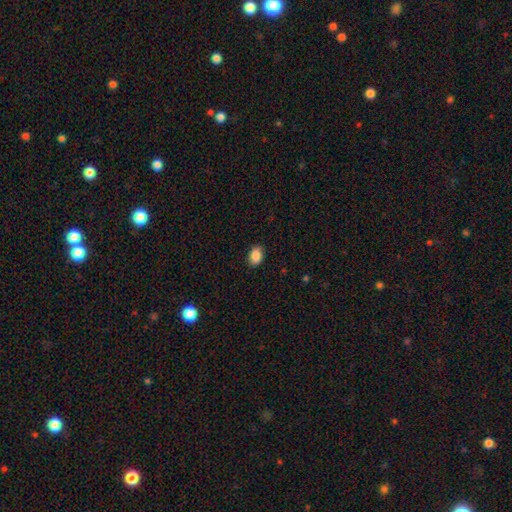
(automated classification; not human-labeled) Smooth or featured: smooth — 88% (star or artifact — 8%)
How rounded: in between — 82% (round — 17%)
Merging: none — 89% (minor disturbance — 8%)